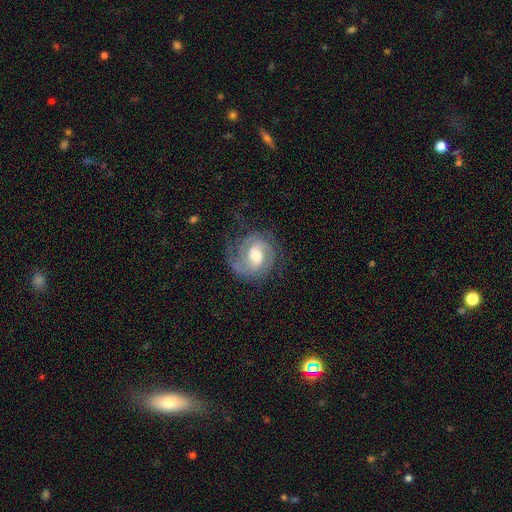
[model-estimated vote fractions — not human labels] A featured or disk galaxy (85%) with a weak bar (50%), 2 (68%) tight (47%) spiral arms (96%) and a moderate central bulge (65%).

Vote fractions:
- Smooth or featured? featured or disk: 85% / smooth: 10% / star or artifact: 5%
- Edge-on disk? no: 98% / yes: 2%
- Bar? weak: 50% / no: 33% / strong: 17%
- Spiral arms? yes: 96% / no: 4%
- Spiral winding? tight: 47% / medium: 43% / loose: 11%
- Spiral arm count? 2: 68% / 3: 12% / can't tell: 11% / 1: 5% / 4: 3% / more than 4: 2%
- Bulge size? moderate: 65% / large: 16% / small: 16% / none: 2% / dominant: 1%
- Merging? none: 68% / minor disturbance: 19% / major disturbance: 12% / merger: 1%